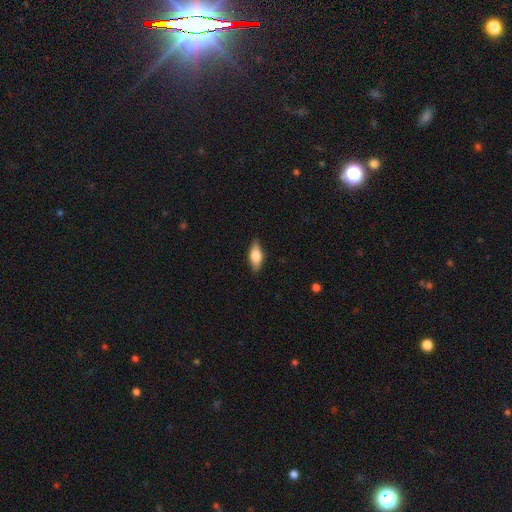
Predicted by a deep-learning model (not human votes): A smooth galaxy with no disk features (71%) that is in between round and cigar-shaped (79%).

Vote fractions:
- Smooth or featured? smooth: 71% / featured or disk: 23% / star or artifact: 6%
- How rounded? in between: 79% / cigar-shaped: 18% / round: 3%
- Merging? none: 87% / minor disturbance: 10% / major disturbance: 2% / merger: 1%